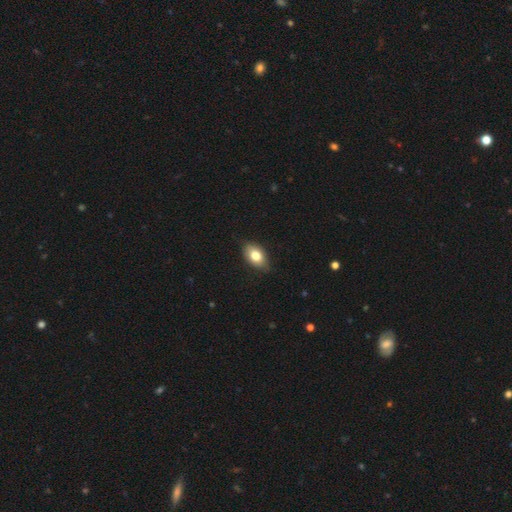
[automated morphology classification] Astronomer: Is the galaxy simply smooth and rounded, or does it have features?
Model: smooth — 77%.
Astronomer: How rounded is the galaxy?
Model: in between — 89%.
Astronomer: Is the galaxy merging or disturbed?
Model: none — 82%.